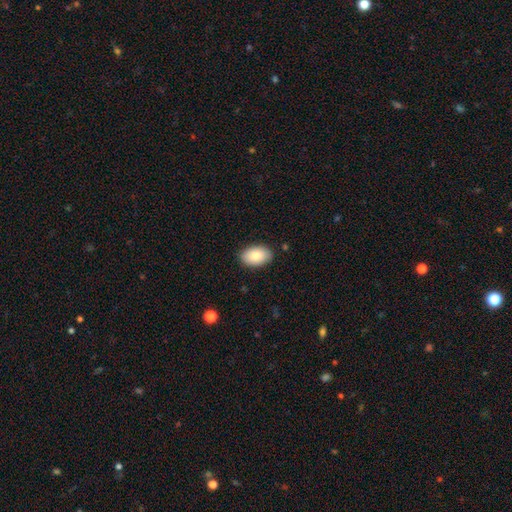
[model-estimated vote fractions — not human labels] Smooth or featured? smooth (86%)
How rounded? in between (92%)
Merging? none (87%)